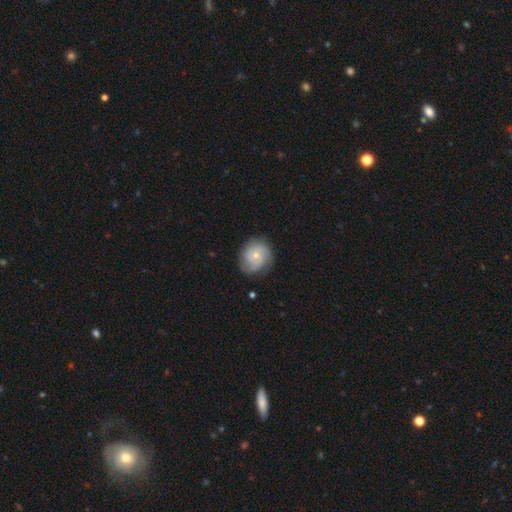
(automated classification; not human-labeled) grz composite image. It shows a featured or disk galaxy (59%) with no bar (75%), 2 (34%) tight (51%) spiral arms (87%) and a small central bulge (62%). Merging: none (76%).